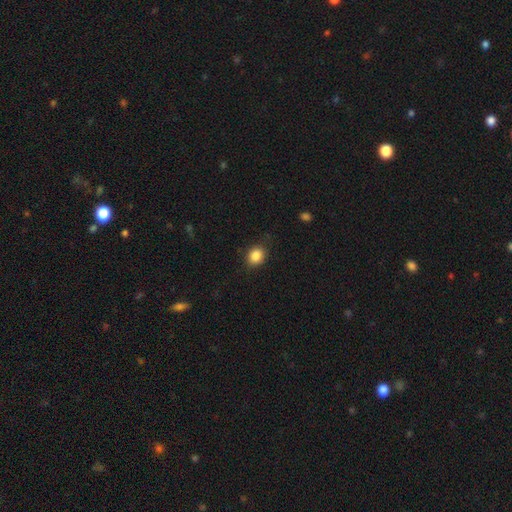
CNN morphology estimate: smooth 86%, star or artifact 9%, featured or disk 5%. Down the decision tree: how rounded — round (53%); merging — none (83%).